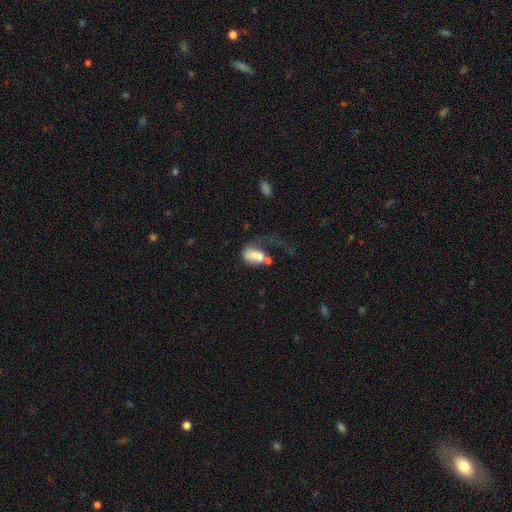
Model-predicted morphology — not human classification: This appears to be a smooth galaxy with no disk features (63%) that is in between round and cigar-shaped (86%). Merging: major disturbance (46%).